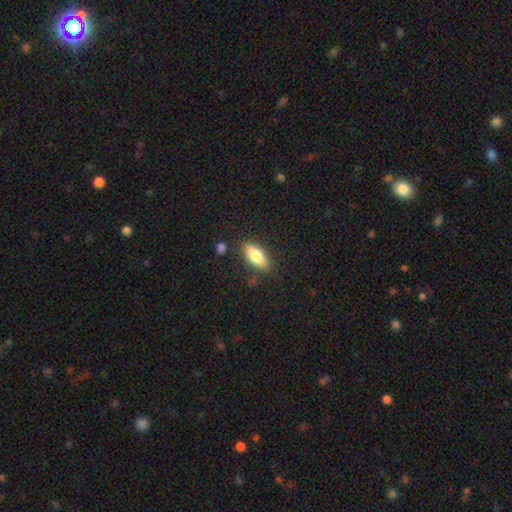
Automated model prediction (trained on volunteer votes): This is likely a smooth galaxy (78%). How rounded: clearly in between (80%). Merging: clearly none (82%).